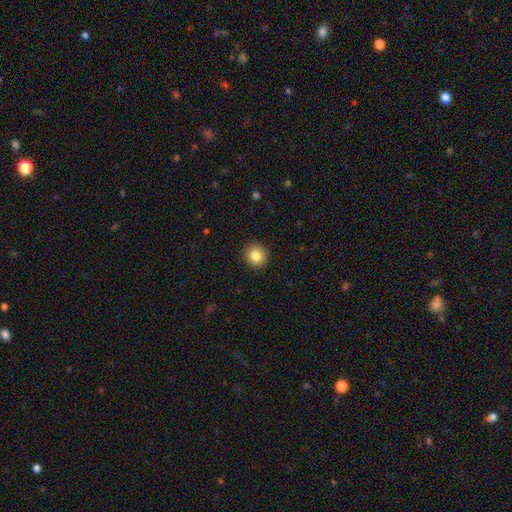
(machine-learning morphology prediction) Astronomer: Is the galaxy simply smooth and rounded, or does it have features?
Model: smooth — 83%.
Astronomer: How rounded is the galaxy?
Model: round — 91%.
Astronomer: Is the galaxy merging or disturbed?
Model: none — 92%.